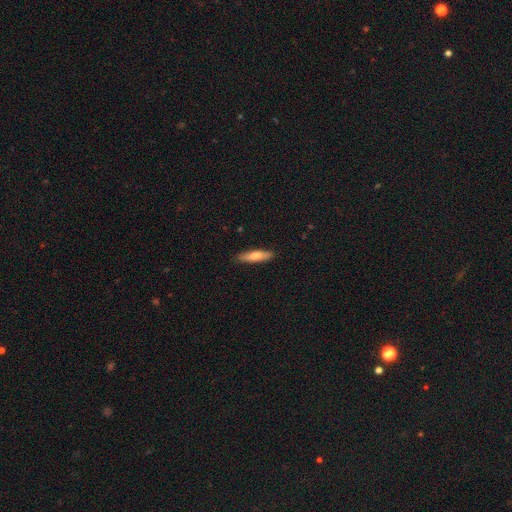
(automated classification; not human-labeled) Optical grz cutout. It shows a smooth galaxy with no disk features (71%) that is cigar-shaped (77%). Merging: none (88%).